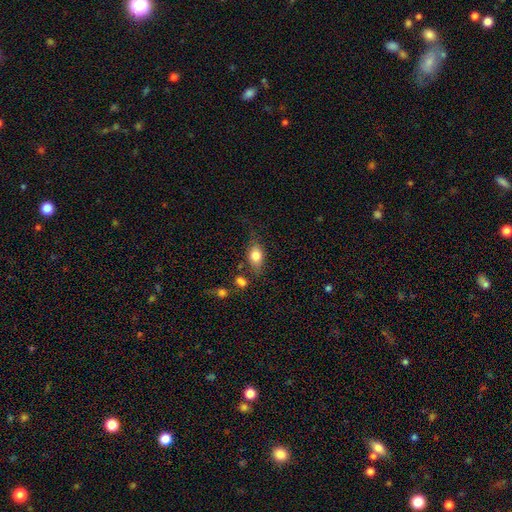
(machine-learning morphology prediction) The model was most divided on "merging": none: 61%, minor disturbance: 23%, major disturbance: 9%, merger: 6%. More confident: how rounded — in between (79%); smooth or featured — smooth (78%).